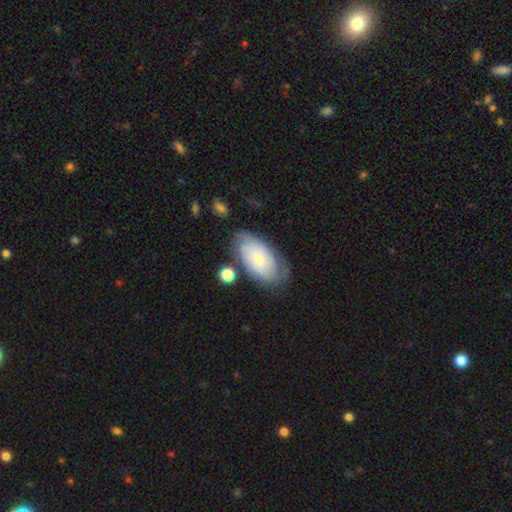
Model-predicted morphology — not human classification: Smooth or featured?
  - featured or disk: 52% *
  - smooth: 40%
  - star or artifact: 8%
Edge-on disk?
  - no: 92% *
  - yes: 8%
Merging?
  - none: 70% *
  - minor disturbance: 19%
  - major disturbance: 6%
  - merger: 5%